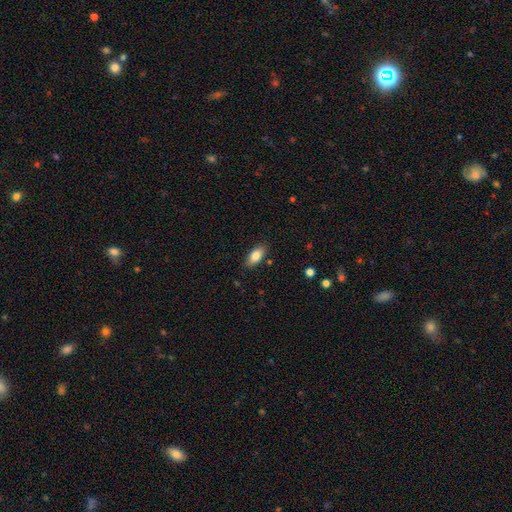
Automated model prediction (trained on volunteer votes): The model was most divided on "smooth or featured": smooth: 82%, featured or disk: 11%, star or artifact: 7%. More confident: how rounded — in between (88%); merging — none (85%).